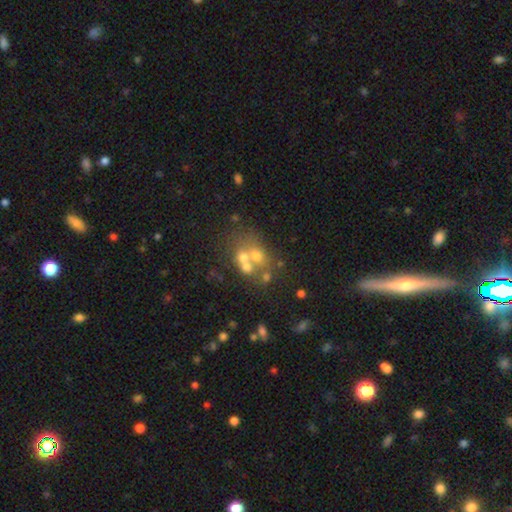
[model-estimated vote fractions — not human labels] smooth_or_featured: smooth (p=0.51) [alt: featured or disk p=0.31]
how_rounded: round (p=0.60) [alt: in between p=0.39]
merging: merger (p=0.52) [alt: none p=0.32]